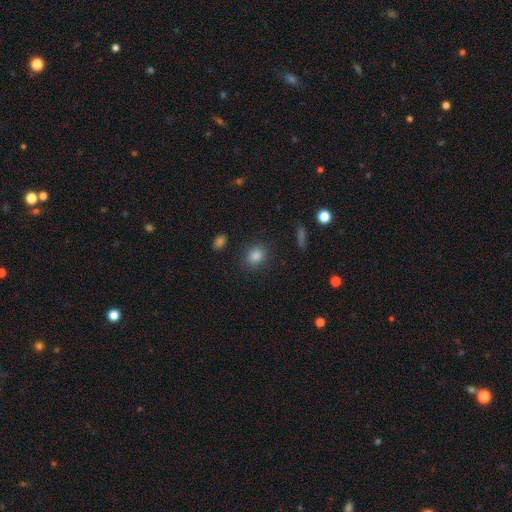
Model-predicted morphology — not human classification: Smooth or featured? smooth (83%)
How rounded? round (66%)
Merging? none (87%)